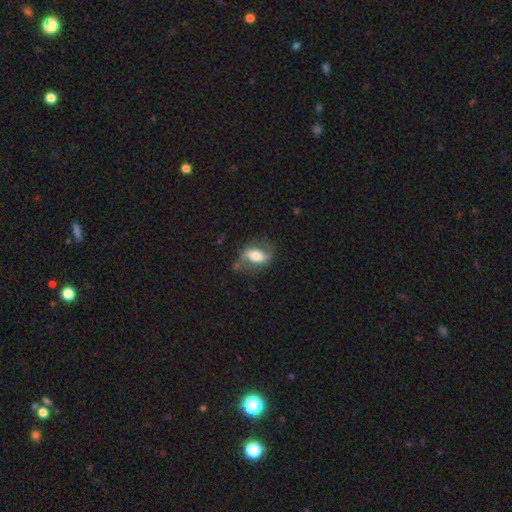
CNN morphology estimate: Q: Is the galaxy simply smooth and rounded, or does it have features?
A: featured or disk — 51%.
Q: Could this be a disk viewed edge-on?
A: no — 90%.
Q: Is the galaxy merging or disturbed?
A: none — 59%.